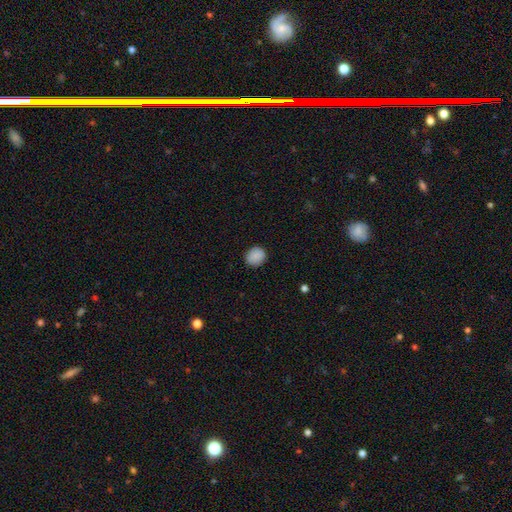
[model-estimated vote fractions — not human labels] This appears to be a smooth galaxy with no disk features (89%) that is round (73%). Merging: none (87%).